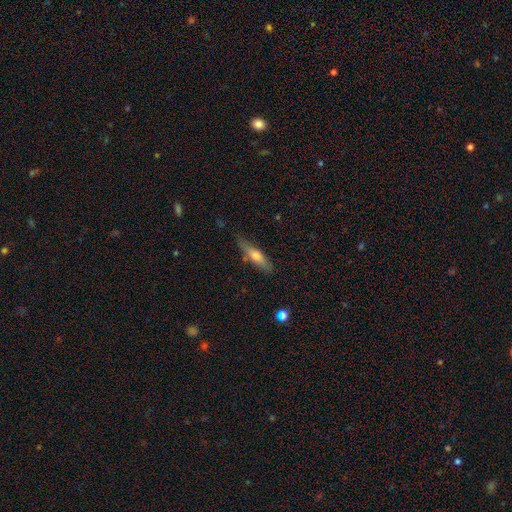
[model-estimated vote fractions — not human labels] A smooth galaxy with no disk features (56%) that is cigar-shaped (75%).

Vote fractions:
- Smooth or featured? smooth: 56% / featured or disk: 38% / star or artifact: 6%
- How rounded? cigar-shaped: 75% / in between: 23% / round: 2%
- Merging? none: 76% / minor disturbance: 18% / major disturbance: 4% / merger: 2%